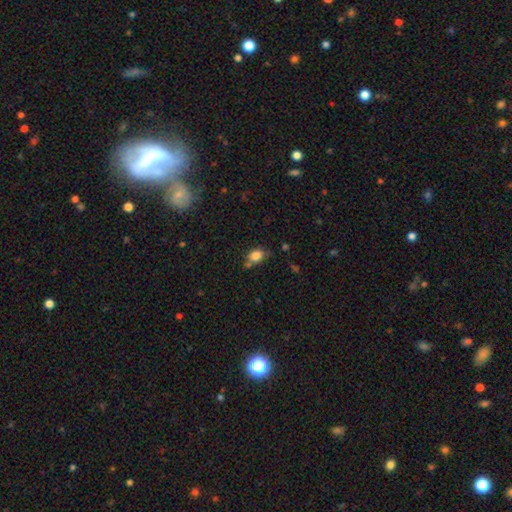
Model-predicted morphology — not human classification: Smooth or featured? smooth (82%)
How rounded? in between (67%)
Merging? none (56%)